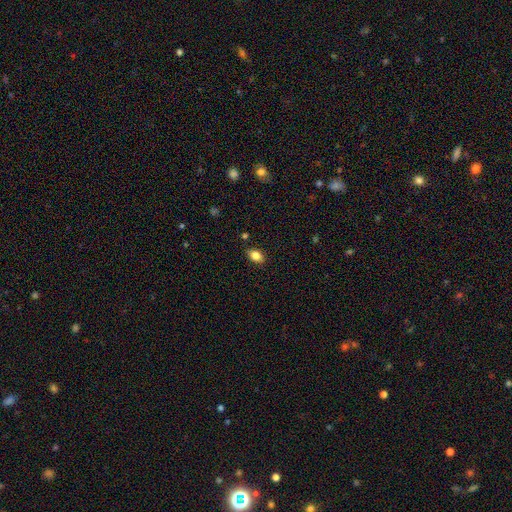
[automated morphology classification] smooth-or-featured: smooth: 82% | star or artifact: 10% | featured or disk: 9%
  how-rounded: in between: 80% | round: 18% | cigar-shaped: 2%
  merging: none: 85% | minor disturbance: 11% | major disturbance: 2% | merger: 1%